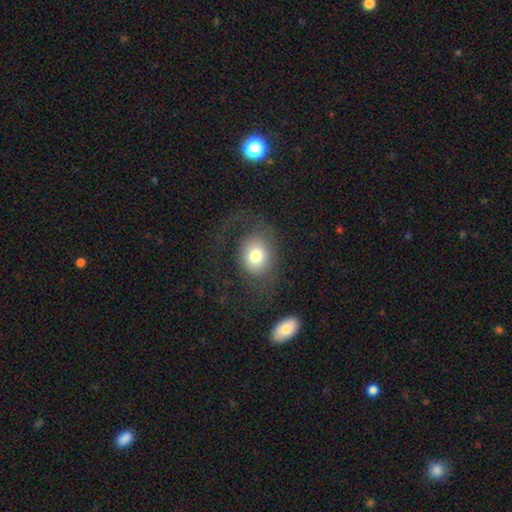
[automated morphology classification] type=smooth (71%); roundness=round (56%); merging=none (51%).